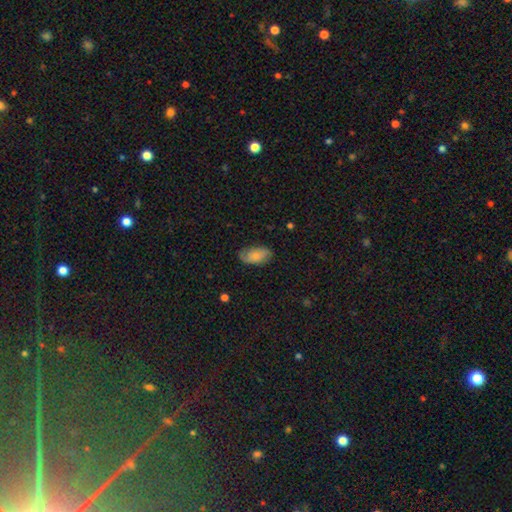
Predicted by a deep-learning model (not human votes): Smooth or featured: smooth — 59% (featured or disk — 34%)
How rounded: in between — 93% (round — 5%)
Merging: none — 68% (minor disturbance — 23%)